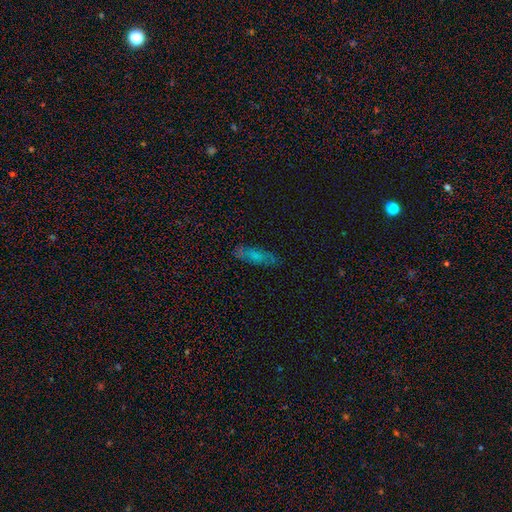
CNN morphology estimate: A smooth galaxy with no disk features (50%).

Vote fractions:
- Smooth or featured? smooth: 50% / featured or disk: 34% / star or artifact: 16%
- Merging? none: 80% / minor disturbance: 15% / major disturbance: 4% / merger: 2%